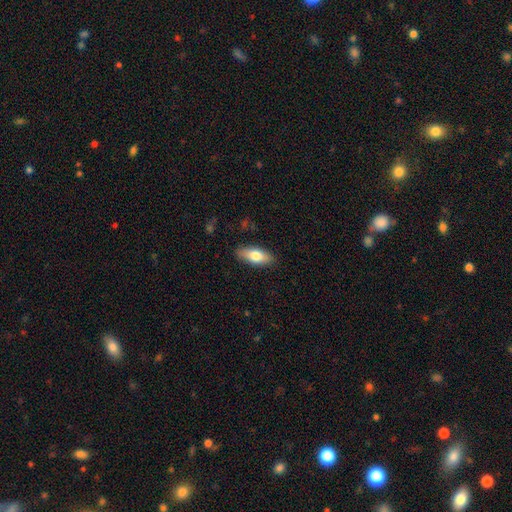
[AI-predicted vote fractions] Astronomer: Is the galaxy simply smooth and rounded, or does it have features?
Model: smooth — 74%.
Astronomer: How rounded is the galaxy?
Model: in between — 79%.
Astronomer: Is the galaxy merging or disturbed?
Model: none — 88%.